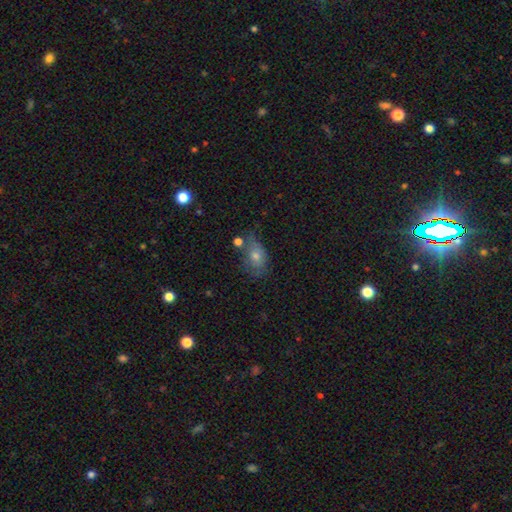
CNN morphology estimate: Smooth or featured: smooth — 62% (featured or disk — 23%)
How rounded: in between — 76% (round — 21%)
Merging: none — 55% (minor disturbance — 27%)